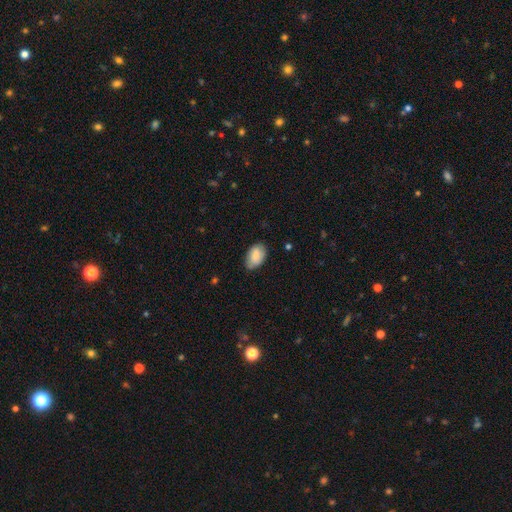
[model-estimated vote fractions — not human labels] A smooth galaxy with no disk features (84%) that is in between round and cigar-shaped (92%). Merging: none (73%).